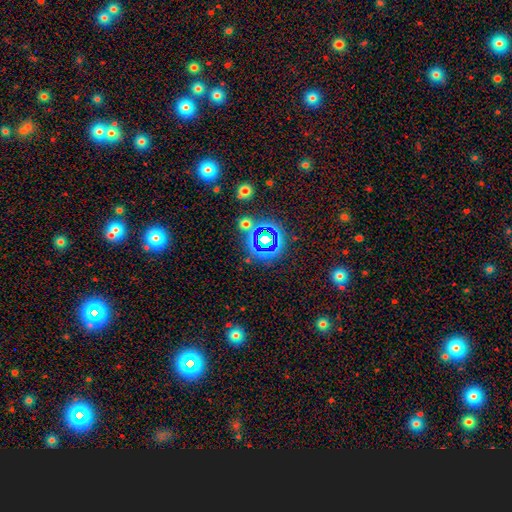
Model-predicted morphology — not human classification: The model was most divided on "smooth or featured": star or artifact: 56%, smooth: 33%, featured or disk: 11%.